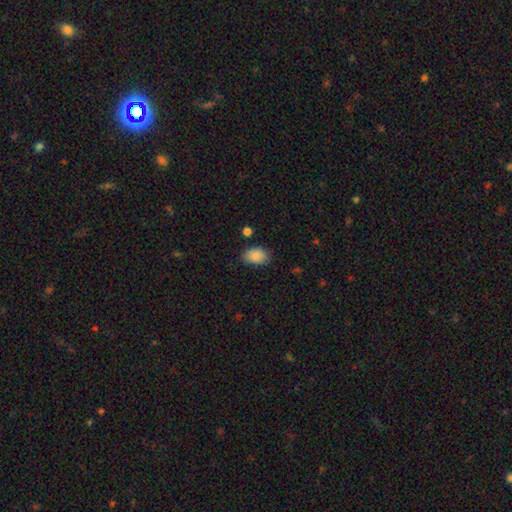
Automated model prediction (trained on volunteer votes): Smooth or featured? smooth (89%)
How rounded? in between (87%)
Merging? none (81%)